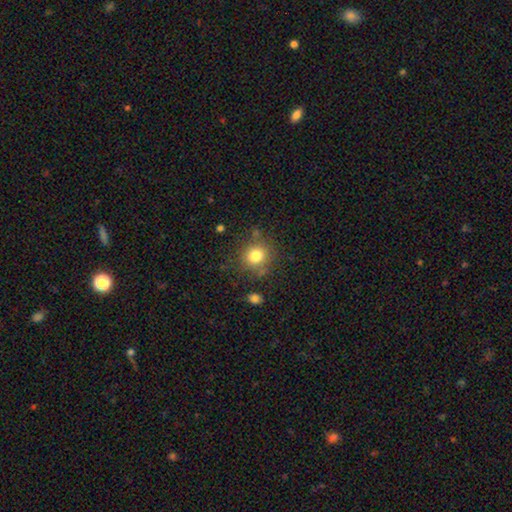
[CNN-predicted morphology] Smooth or featured? smooth (80%)
How rounded? round (85%)
Merging? none (78%)